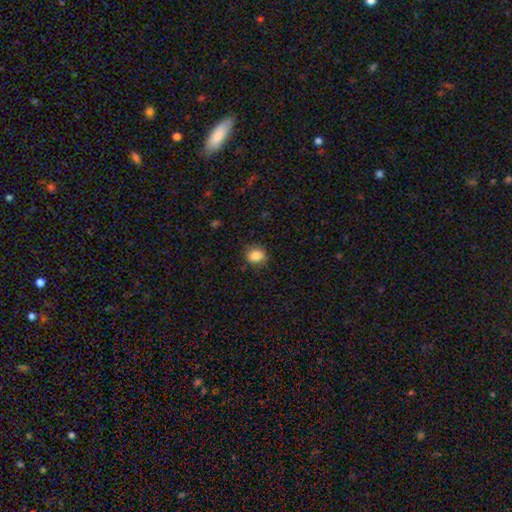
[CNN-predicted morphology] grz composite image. It shows a smooth galaxy with no disk features (85%) that is round (67%). Merging: none (84%).